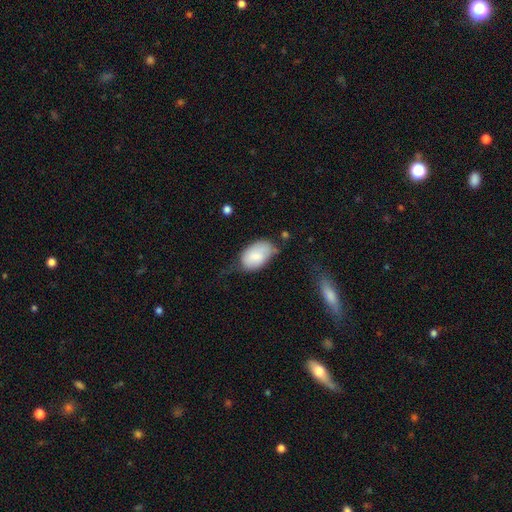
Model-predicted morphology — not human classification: Smooth or featured?
  - smooth: 78% *
  - featured or disk: 16%
  - star or artifact: 6%
How rounded?
  - in between: 91% *
  - round: 7%
  - cigar-shaped: 1%
Merging?
  - minor disturbance: 40% *
  - none: 35%
  - major disturbance: 21%
  - merger: 5%